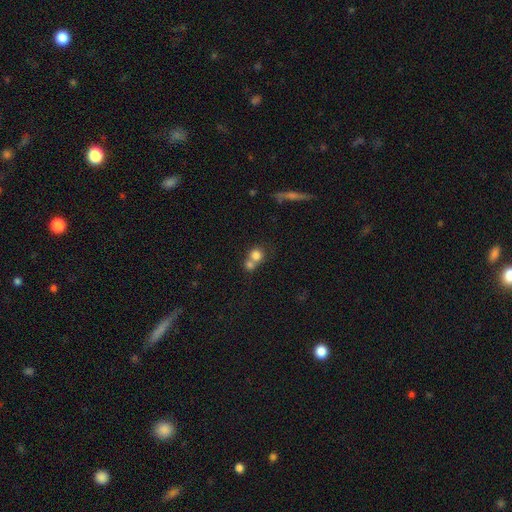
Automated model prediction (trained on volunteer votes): Q: Smooth or featured?
A: smooth (77%); runner-up: featured or disk (12%)
Q: How rounded?
A: round (83%); runner-up: in between (16%)
Q: Merging?
A: merger (57%); runner-up: none (35%)